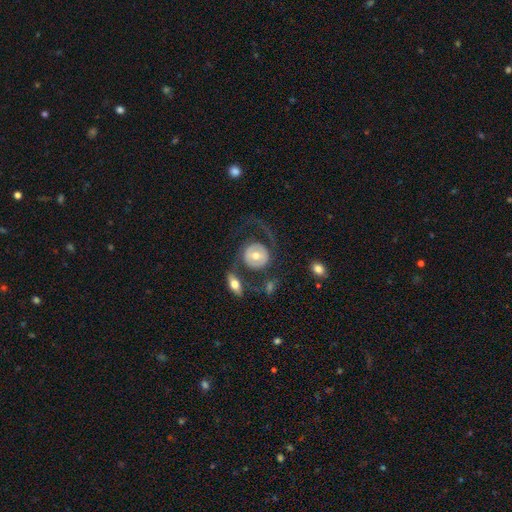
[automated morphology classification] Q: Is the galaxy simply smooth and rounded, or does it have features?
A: featured or disk — 48%.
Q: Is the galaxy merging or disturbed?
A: none — 52%.